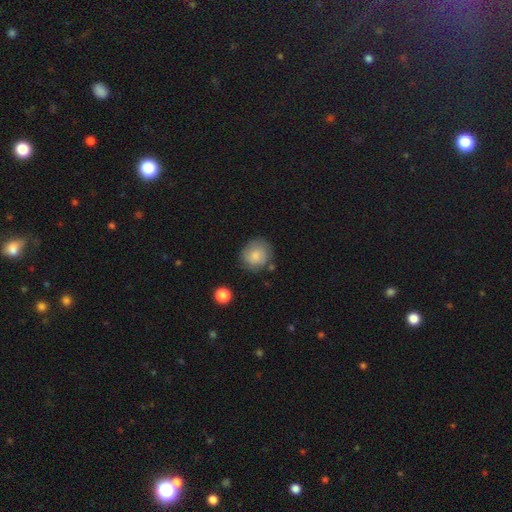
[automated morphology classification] A smooth galaxy with no disk features (78%) that is round (79%).

Vote fractions:
- Smooth or featured? smooth: 78% / featured or disk: 15% / star or artifact: 7%
- How rounded? round: 79% / in between: 20% / cigar-shaped: 1%
- Merging? none: 73% / minor disturbance: 19% / major disturbance: 5% / merger: 3%